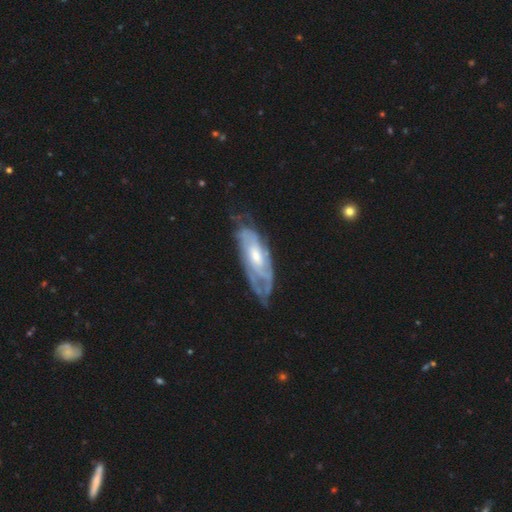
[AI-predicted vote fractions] Overall: featured or disk (78%). Edge-on disk: no (86%). Bar: no (61%; weak 32%). Spiral arms: yes (87%). Spiral arm count: can't tell (54%; 2 24%). Spiral winding: tight (61%; medium 30%). Bulge size: moderate (50%; small 42%). Merging: none (56%; minor disturbance 26%).